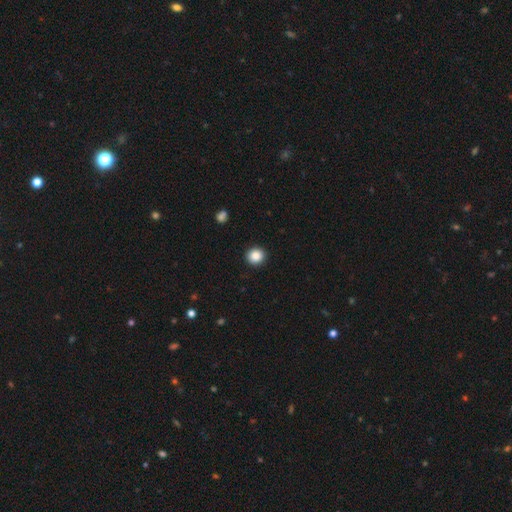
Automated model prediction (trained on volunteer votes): The model was most divided on "smooth or featured": smooth: 87%, star or artifact: 9%, featured or disk: 4%. More confident: merging — none (93%); how rounded — round (89%).